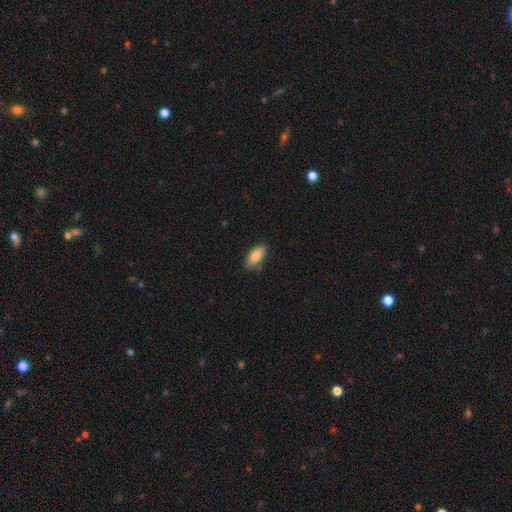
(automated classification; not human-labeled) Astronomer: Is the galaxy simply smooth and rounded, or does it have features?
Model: smooth — 85%.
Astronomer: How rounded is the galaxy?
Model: in between — 87%.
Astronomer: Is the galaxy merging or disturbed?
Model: none — 81%.